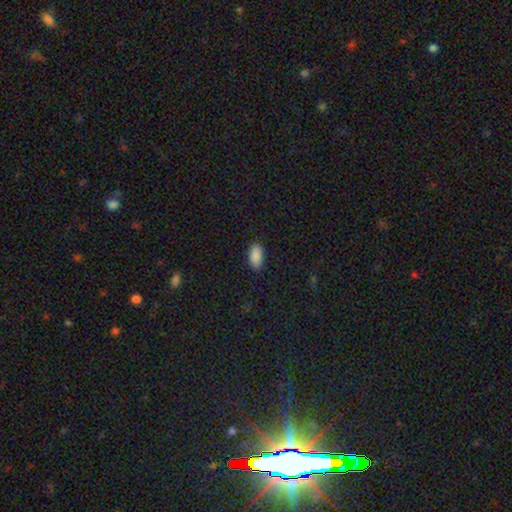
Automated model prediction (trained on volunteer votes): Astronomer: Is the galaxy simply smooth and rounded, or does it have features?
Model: smooth — 89%.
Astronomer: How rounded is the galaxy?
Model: in between — 93%.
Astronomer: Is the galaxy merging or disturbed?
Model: none — 87%.